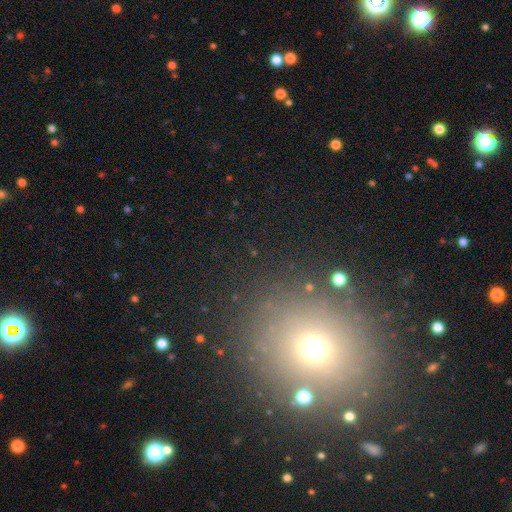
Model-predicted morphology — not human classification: Q: Smooth or featured?
A: smooth (54%); runner-up: star or artifact (35%)
Q: How rounded?
A: round (81%); runner-up: in between (17%)
Q: Merging?
A: none (86%); runner-up: minor disturbance (7%)